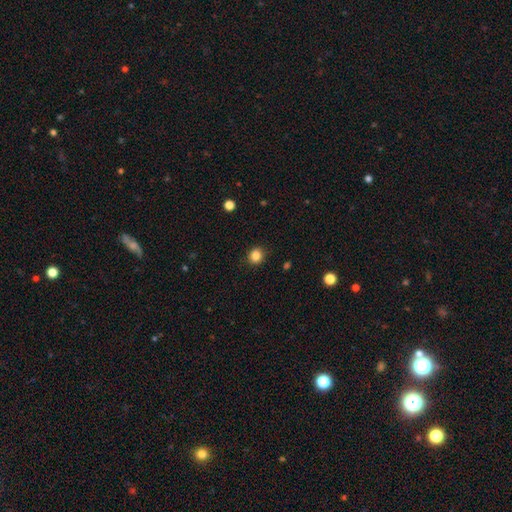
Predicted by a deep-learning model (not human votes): This is clearly a smooth galaxy (85%). How rounded: clearly round (84%). Merging: clearly none (90%).